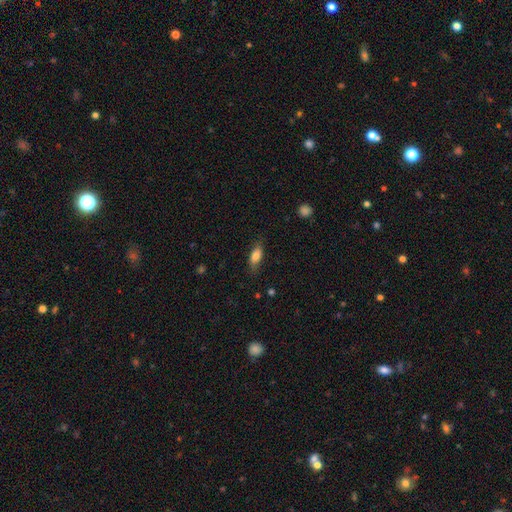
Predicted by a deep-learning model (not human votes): Smooth or featured? smooth (81%)
How rounded? in between (79%)
Merging? none (77%)